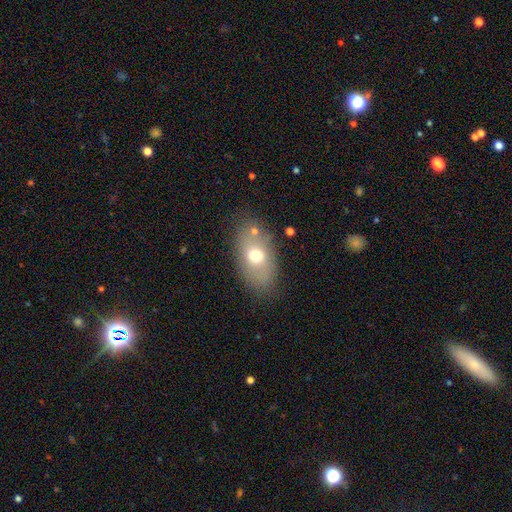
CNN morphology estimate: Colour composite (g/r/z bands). It shows a smooth galaxy with no disk features (63%) that is in between round and cigar-shaped (87%). Merging: none (77%).